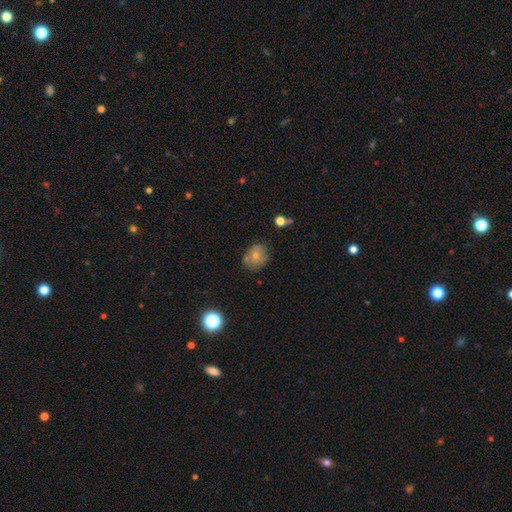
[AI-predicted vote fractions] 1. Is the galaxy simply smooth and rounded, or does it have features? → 64% smooth, 25% featured or disk, 11% star or artifact.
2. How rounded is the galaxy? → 59% round, 40% in between, 1% cigar-shaped.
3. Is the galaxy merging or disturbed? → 64% none, 23% minor disturbance, 7% merger, 6% major disturbance.